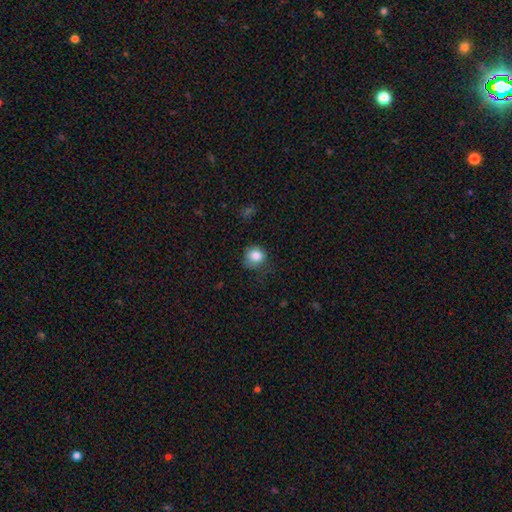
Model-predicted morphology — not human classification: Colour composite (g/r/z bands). It shows a smooth galaxy with no disk features (84%) that is round (81%). Merging: none (62%).